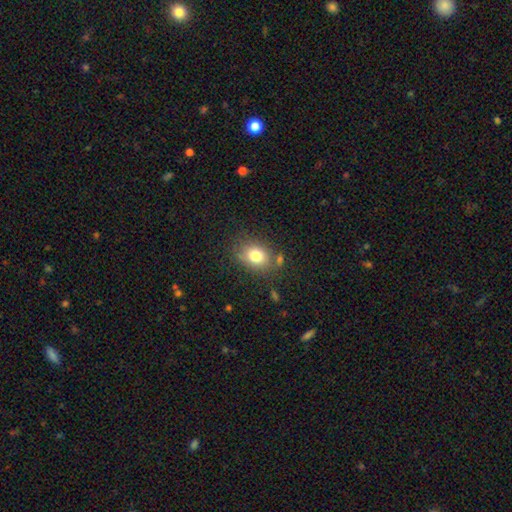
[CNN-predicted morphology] Overall: smooth (79%). How rounded: in between (63%; round 36%). Merging: none (73%).